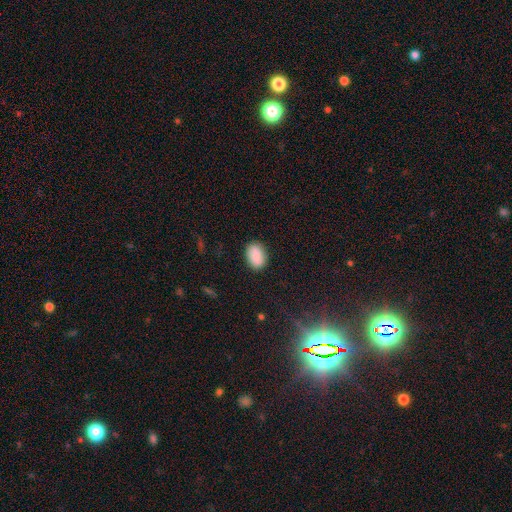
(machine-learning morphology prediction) The model was most divided on "how rounded": in between: 84%, round: 15%, cigar-shaped: 1%. More confident: smooth or featured — smooth (88%); merging — none (86%).